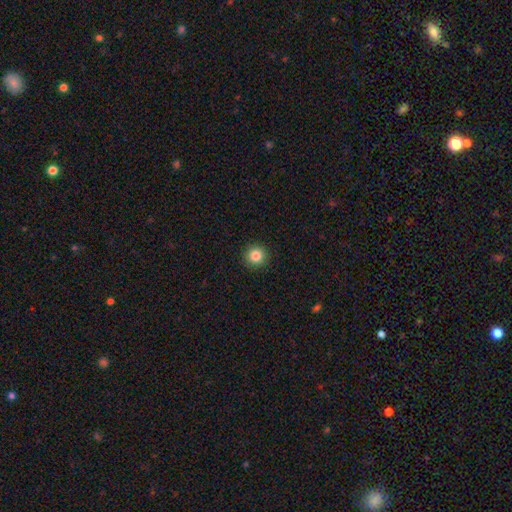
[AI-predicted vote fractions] This is clearly a smooth galaxy (85%). How rounded: clearly round (95%). Merging: clearly none (93%).